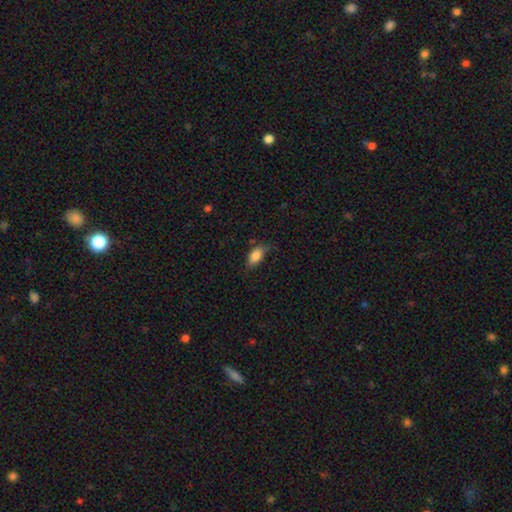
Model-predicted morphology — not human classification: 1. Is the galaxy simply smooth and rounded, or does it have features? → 84% smooth, 8% featured or disk, 7% star or artifact.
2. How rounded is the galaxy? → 90% in between, 6% cigar-shaped, 4% round.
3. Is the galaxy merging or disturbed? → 67% none, 25% minor disturbance, 6% major disturbance, 2% merger.